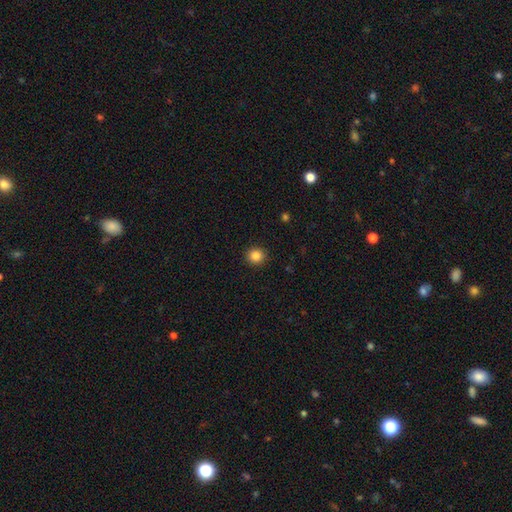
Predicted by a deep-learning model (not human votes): Smooth or featured? Predicted: smooth (p=0.85). How rounded? Predicted: round (p=0.90). Merging? Predicted: none (p=0.92).